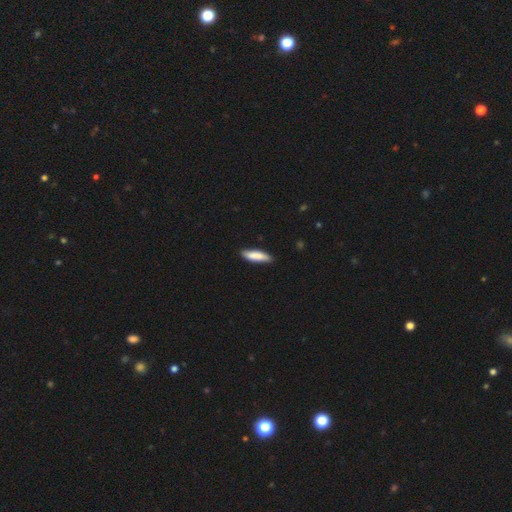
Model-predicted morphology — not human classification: type=smooth (83%); roundness=cigar-shaped (65%); merging=none (83%).